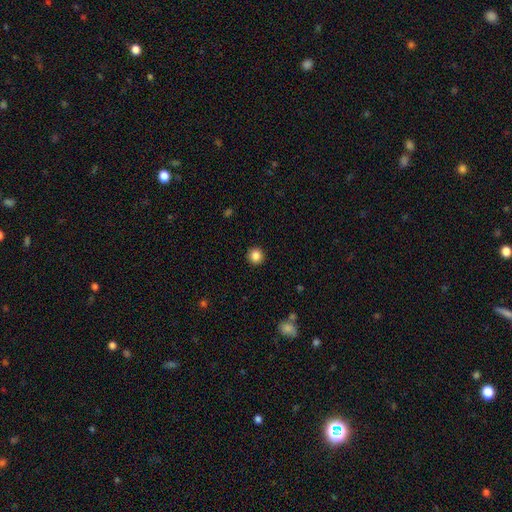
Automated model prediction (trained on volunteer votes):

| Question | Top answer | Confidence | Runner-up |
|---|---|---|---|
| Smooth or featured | smooth | 86% | star or artifact (10%) |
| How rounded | round | 92% | in between (7%) |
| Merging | none | 92% | minor disturbance (5%) |